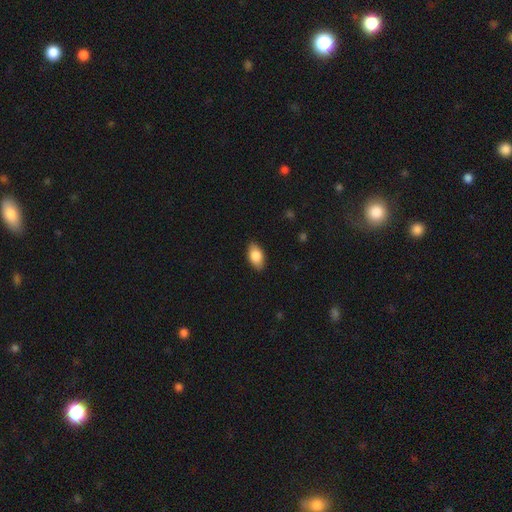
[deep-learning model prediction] Smooth or featured? Predicted: smooth (p=0.84). How rounded? Predicted: in between (p=0.93). Merging? Predicted: none (p=0.88).